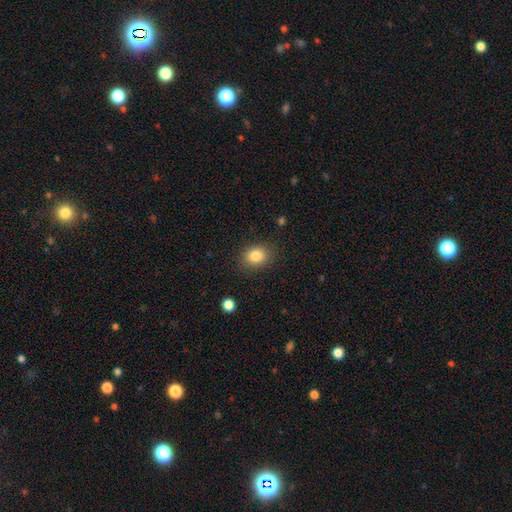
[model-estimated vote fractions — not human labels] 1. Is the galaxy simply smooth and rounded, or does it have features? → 83% smooth, 10% star or artifact, 7% featured or disk.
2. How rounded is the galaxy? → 51% in between, 48% round, 1% cigar-shaped.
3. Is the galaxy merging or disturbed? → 85% none, 11% minor disturbance, 3% major disturbance, 1% merger.